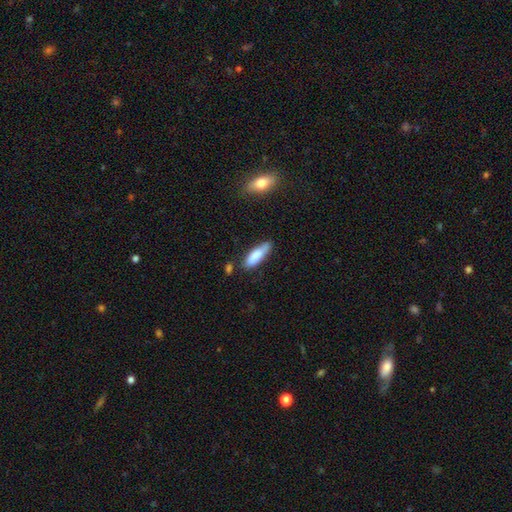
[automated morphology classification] Smooth or featured: smooth — 81% (featured or disk — 13%)
How rounded: cigar-shaped — 53% (in between — 45%)
Merging: none — 61% (minor disturbance — 26%)